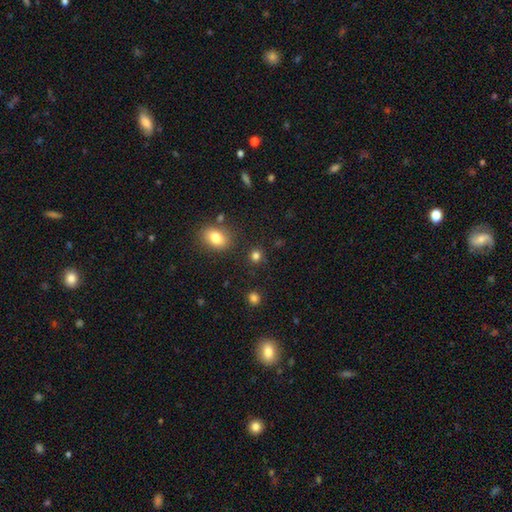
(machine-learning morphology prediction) This appears to be a smooth galaxy with no disk features (82%) that is round (83%). Merging: none (84%).